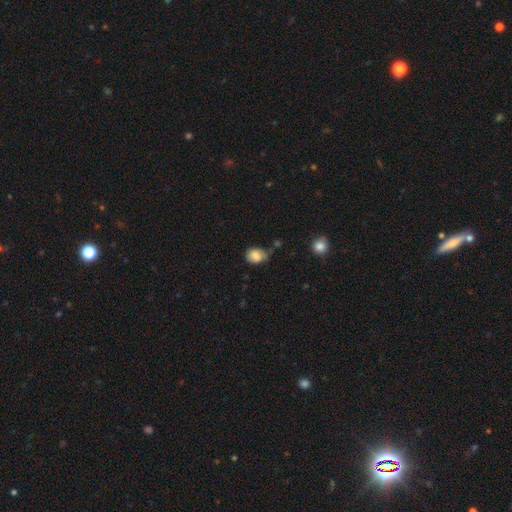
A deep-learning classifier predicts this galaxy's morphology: Smooth or featured? Predicted: smooth (p=0.81). How rounded? Predicted: in between (p=0.60). Merging? Predicted: none (p=0.47).